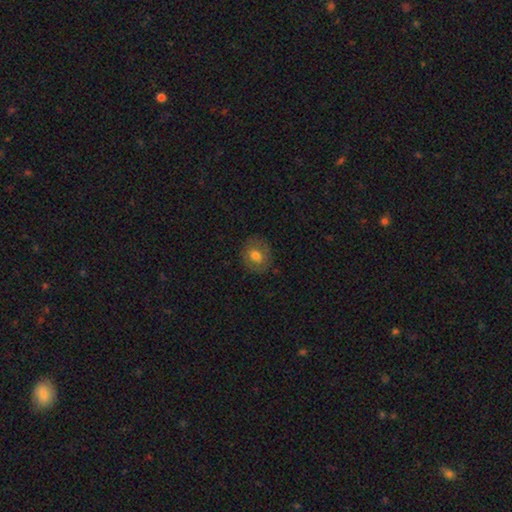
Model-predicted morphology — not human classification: Smooth or featured?
  - smooth: 69% *
  - featured or disk: 22%
  - star or artifact: 9%
How rounded?
  - round: 70% *
  - in between: 29%
  - cigar-shaped: 1%
Merging?
  - none: 82% *
  - minor disturbance: 13%
  - major disturbance: 4%
  - merger: 1%